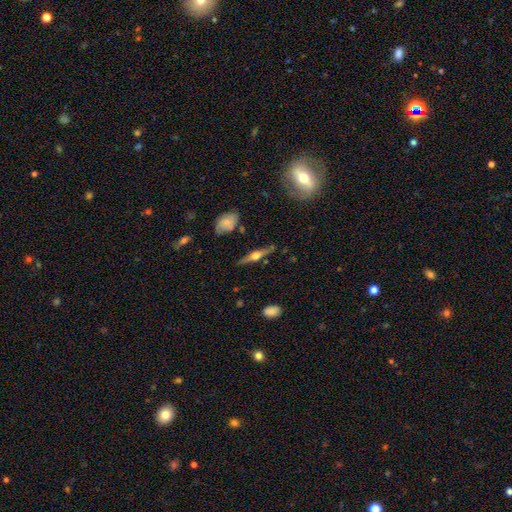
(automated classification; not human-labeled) This is likely a featured or disk galaxy (75%). It is clearly viewed edge-on (97%). Edge-on bulge: clearly rounded (94%). Merging: clearly none (85%).